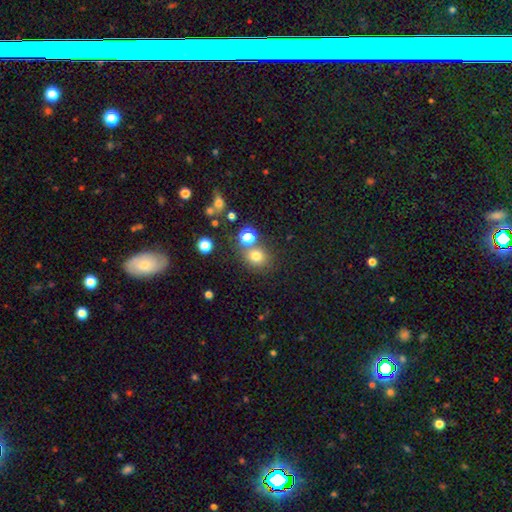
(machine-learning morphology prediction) The model was most divided on "merging": none: 68%, merger: 17%, minor disturbance: 10%, major disturbance: 4%. More confident: how rounded — round (76%); smooth or featured — smooth (75%).